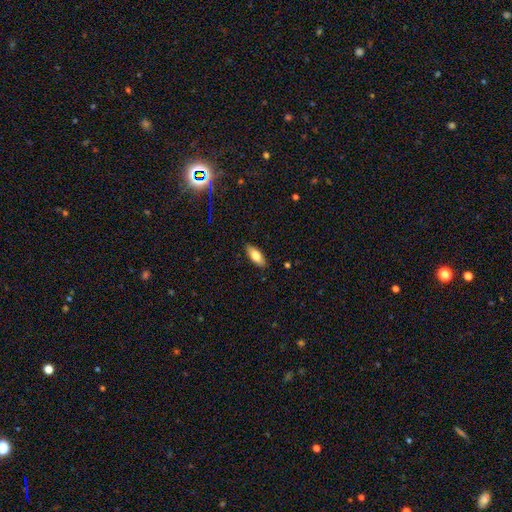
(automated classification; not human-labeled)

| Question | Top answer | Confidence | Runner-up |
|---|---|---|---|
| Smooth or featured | smooth | 78% | featured or disk (15%) |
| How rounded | in between | 79% | cigar-shaped (19%) |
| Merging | none | 87% | minor disturbance (10%) |